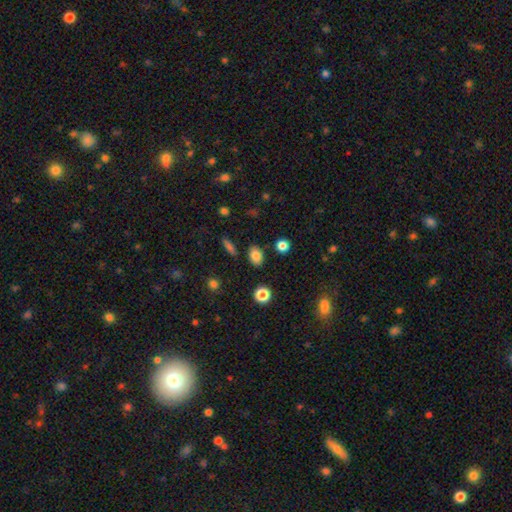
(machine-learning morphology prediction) smooth 82%, star or artifact 12%, featured or disk 6%. Down the decision tree: how rounded — in between (71%); merging — none (85%).